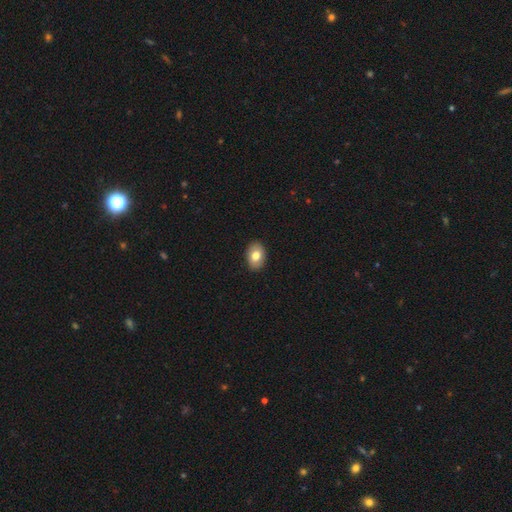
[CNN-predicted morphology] A smooth galaxy with no disk features (78%) that is in between round and cigar-shaped (83%). Merging: none (91%).